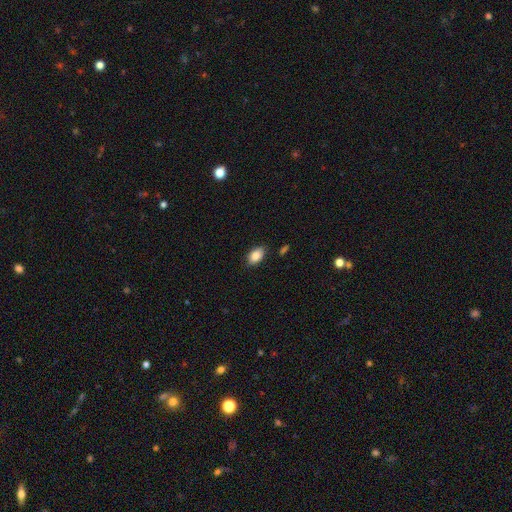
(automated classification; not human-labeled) Smooth or featured? smooth (85%)
How rounded? in between (90%)
Merging? none (82%)